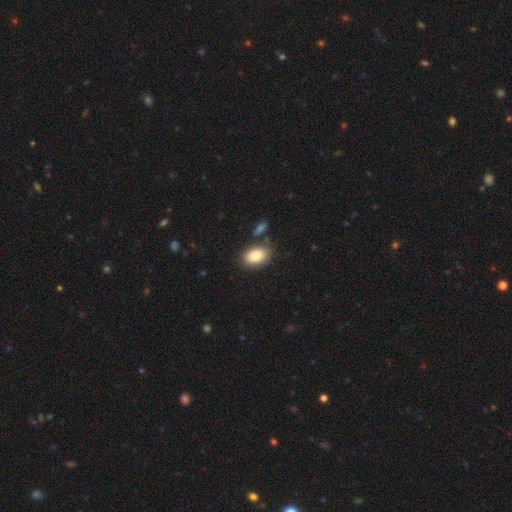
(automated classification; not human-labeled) smooth 85%, featured or disk 8%, star or artifact 7%. Down the decision tree: how rounded — in between (88%); merging — none (74%).